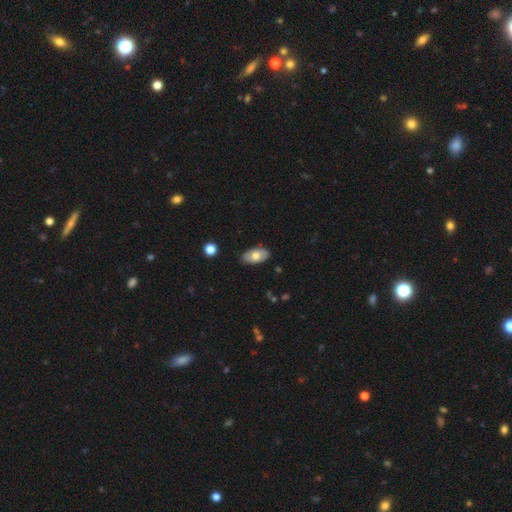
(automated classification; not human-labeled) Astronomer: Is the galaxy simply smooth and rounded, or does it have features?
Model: smooth — 67%.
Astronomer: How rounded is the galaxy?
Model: in between — 94%.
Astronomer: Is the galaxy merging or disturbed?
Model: none — 84%.